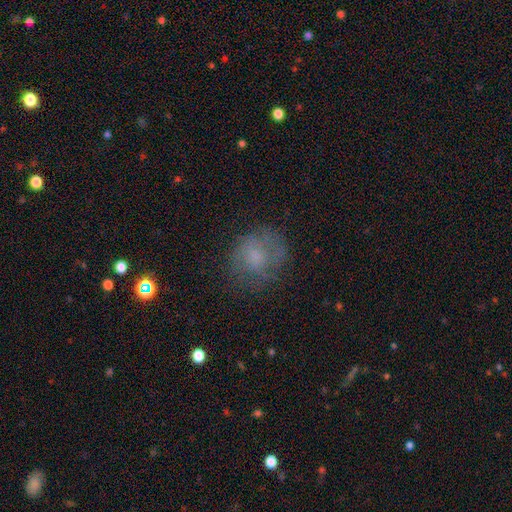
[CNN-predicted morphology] Smooth or featured?
  - smooth: 57% *
  - featured or disk: 30%
  - star or artifact: 13%
How rounded?
  - round: 71% *
  - in between: 28%
  - cigar-shaped: 1%
Merging?
  - none: 62% *
  - minor disturbance: 21%
  - major disturbance: 15%
  - merger: 2%